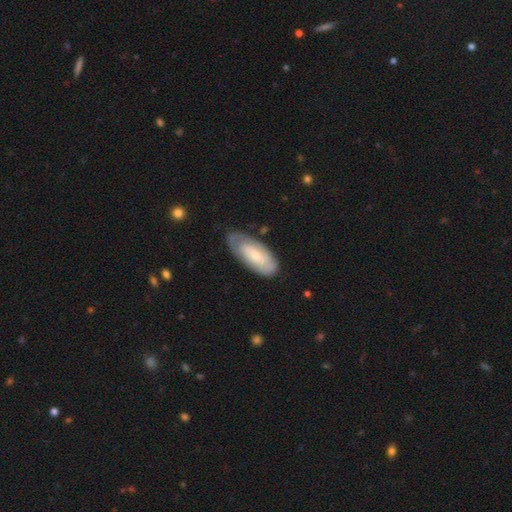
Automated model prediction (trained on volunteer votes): Smooth or featured? featured or disk (48%)
Merging? none (69%)